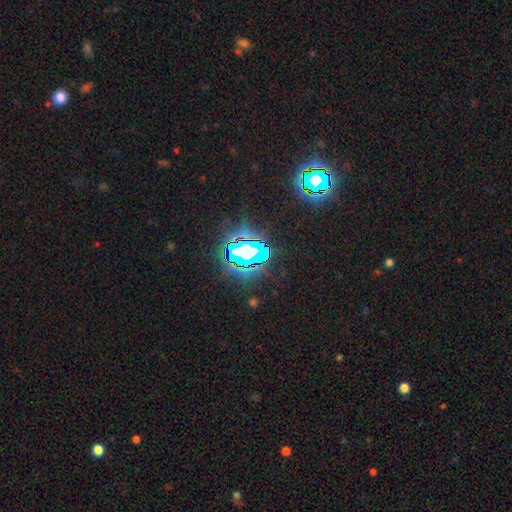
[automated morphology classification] Overall: star or artifact (73%).